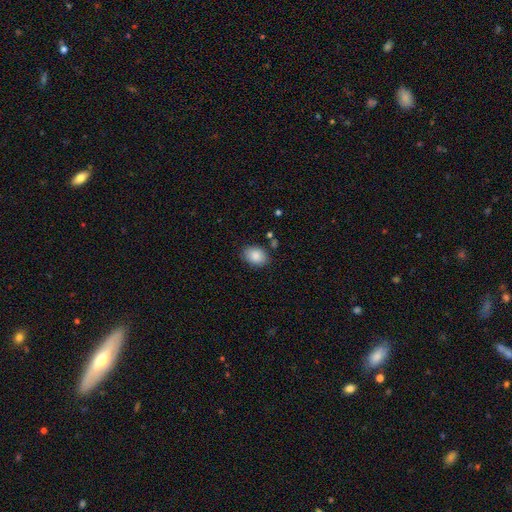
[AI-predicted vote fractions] Overall: smooth (87%). How rounded: in between (69%; round 30%). Merging: none (81%).